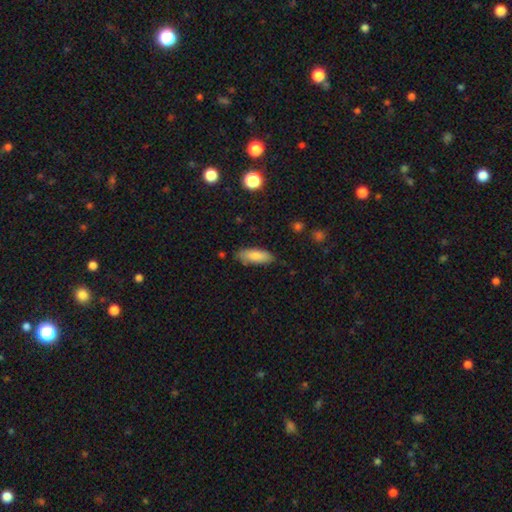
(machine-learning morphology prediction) The model was most divided on "how rounded": in between: 70%, cigar-shaped: 28%, round: 2%. More confident: smooth or featured — smooth (83%); merging — none (80%).